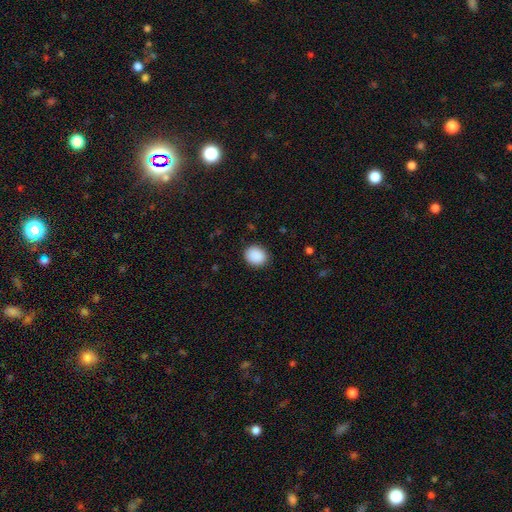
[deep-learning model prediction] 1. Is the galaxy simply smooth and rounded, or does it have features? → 90% smooth, 8% star or artifact, 2% featured or disk.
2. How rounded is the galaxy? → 65% round, 34% in between, 1% cigar-shaped.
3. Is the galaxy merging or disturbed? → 88% none, 8% minor disturbance, 2% major disturbance, 1% merger.